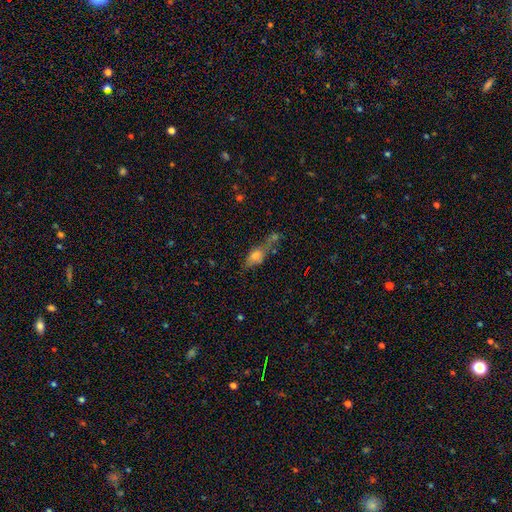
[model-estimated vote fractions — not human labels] Smooth or featured?
  - smooth: 56% *
  - featured or disk: 29%
  - star or artifact: 15%
How rounded?
  - in between: 60% *
  - cigar-shaped: 30%
  - round: 10%
Merging?
  - none: 40% *
  - merger: 25%
  - minor disturbance: 21%
  - major disturbance: 14%